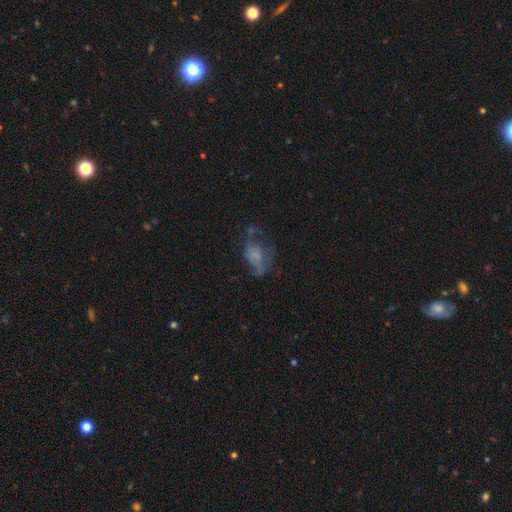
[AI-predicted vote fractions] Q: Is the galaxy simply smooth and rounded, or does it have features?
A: smooth — 47%.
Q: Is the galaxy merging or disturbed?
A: major disturbance — 41%.